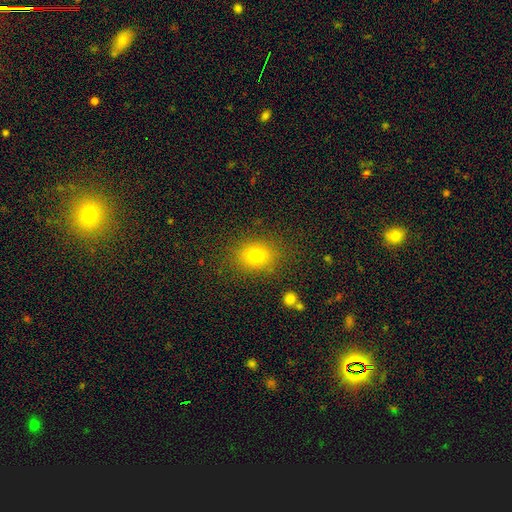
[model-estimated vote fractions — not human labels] A smooth galaxy with no disk features (76%) that is round (55%). Merging: none (83%).